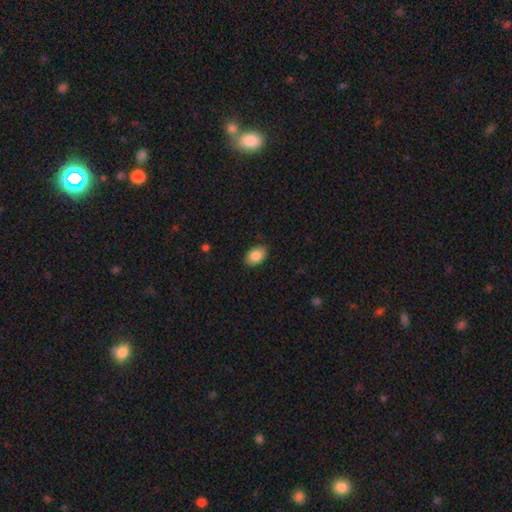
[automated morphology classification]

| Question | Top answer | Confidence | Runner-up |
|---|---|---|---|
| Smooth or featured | smooth | 86% | star or artifact (7%) |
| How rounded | in between | 88% | round (11%) |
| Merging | none | 87% | minor disturbance (10%) |